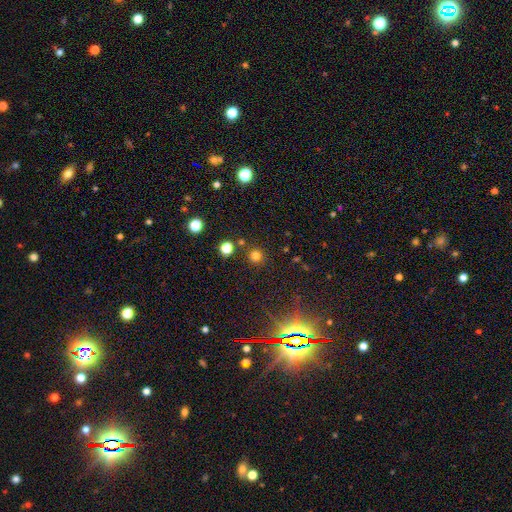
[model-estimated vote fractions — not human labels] This appears to be a smooth galaxy with no disk features (75%) that is round (94%). Merging: none (87%).